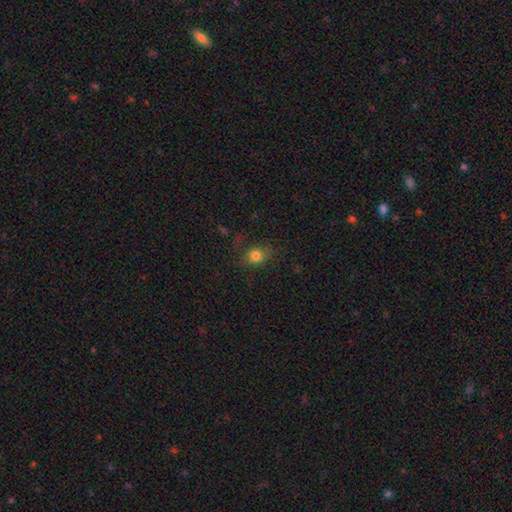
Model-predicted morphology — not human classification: Smooth or featured?
  - smooth: 76% *
  - star or artifact: 15%
  - featured or disk: 9%
How rounded?
  - round: 61% *
  - in between: 37%
  - cigar-shaped: 2%
Merging?
  - none: 71% *
  - minor disturbance: 19%
  - major disturbance: 8%
  - merger: 2%